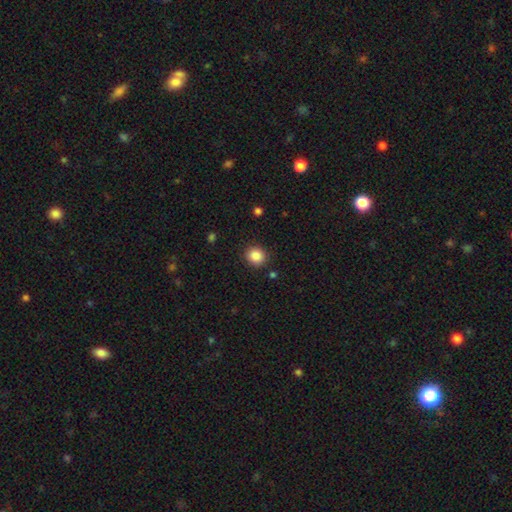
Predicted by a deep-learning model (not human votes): Q: Smooth or featured?
A: smooth (86%); runner-up: star or artifact (10%)
Q: How rounded?
A: round (87%); runner-up: in between (12%)
Q: Merging?
A: none (90%); runner-up: minor disturbance (7%)